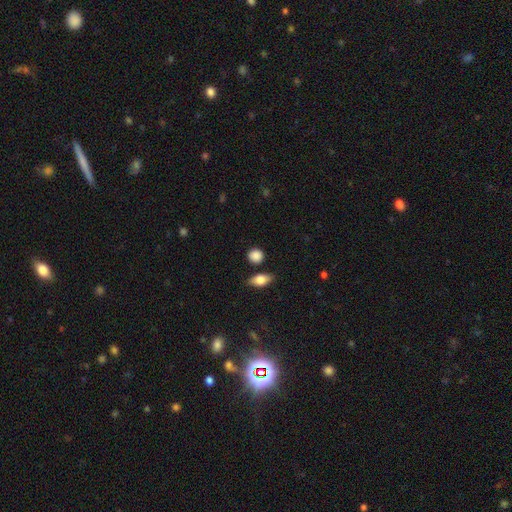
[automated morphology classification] smooth_or_featured: smooth (p=0.86) [alt: star or artifact p=0.08]
how_rounded: round (p=0.75) [alt: in between p=0.22]
merging: none (p=0.78) [alt: minor disturbance p=0.13]